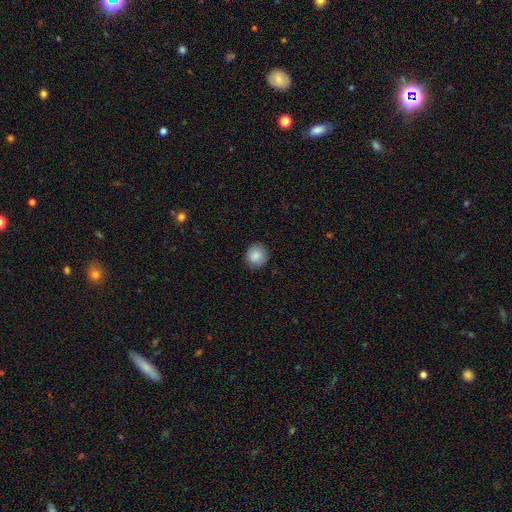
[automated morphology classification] Smooth or featured?
  - smooth: 87% *
  - star or artifact: 8%
  - featured or disk: 4%
How rounded?
  - round: 87% *
  - in between: 12%
  - cigar-shaped: 1%
Merging?
  - none: 89% *
  - minor disturbance: 8%
  - major disturbance: 2%
  - merger: 1%